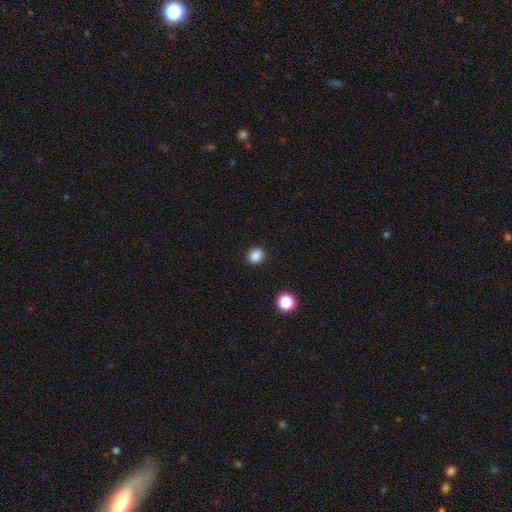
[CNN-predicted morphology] This appears to be a smooth galaxy with no disk features (85%) that is round (68%). Merging: none (90%).